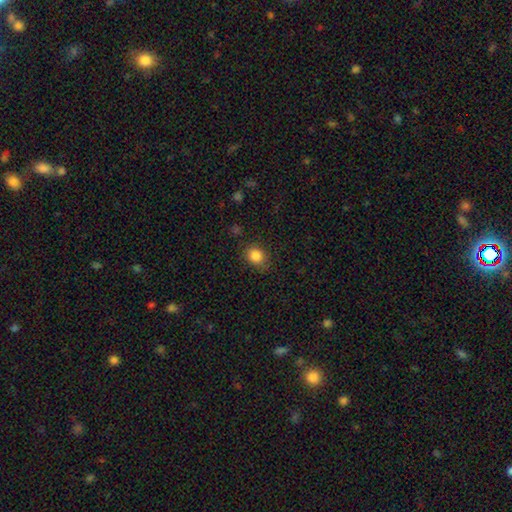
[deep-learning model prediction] smooth_or_featured: smooth (p=0.85) [alt: star or artifact p=0.10]
how_rounded: round (p=0.64) [alt: in between p=0.35]
merging: none (p=0.80) [alt: minor disturbance p=0.15]